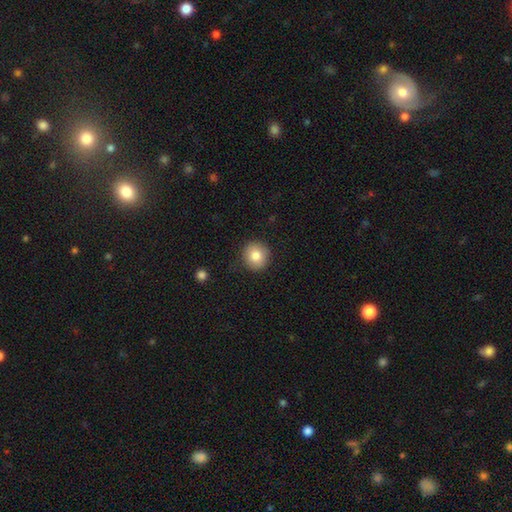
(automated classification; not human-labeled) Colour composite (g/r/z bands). It shows a smooth galaxy with no disk features (82%) that is round (90%). Merging: none (89%).